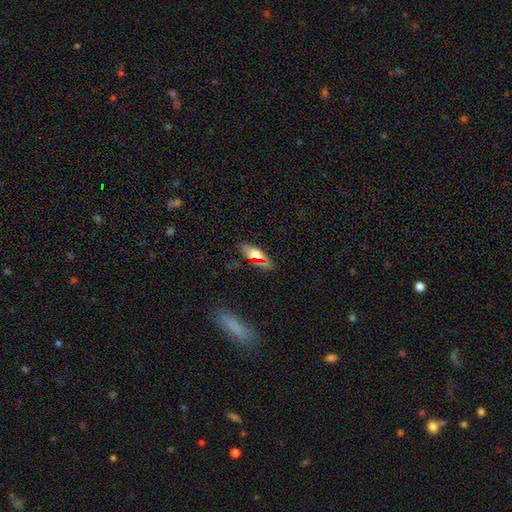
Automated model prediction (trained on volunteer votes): Overall: smooth (62%; featured or disk 23%). How rounded: in between (64%; cigar-shaped 32%). Merging: none (84%).